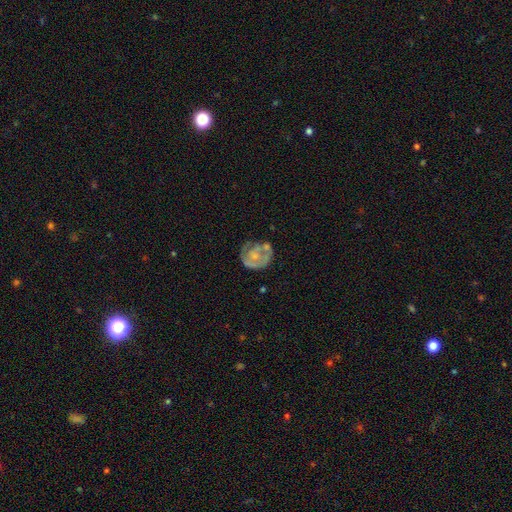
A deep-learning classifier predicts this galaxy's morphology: type=featured or disk (59%); edge-on=no (98%); bar=no (85%); spiral arms=no (60%); bulge=small (47%); merging=none (48%).